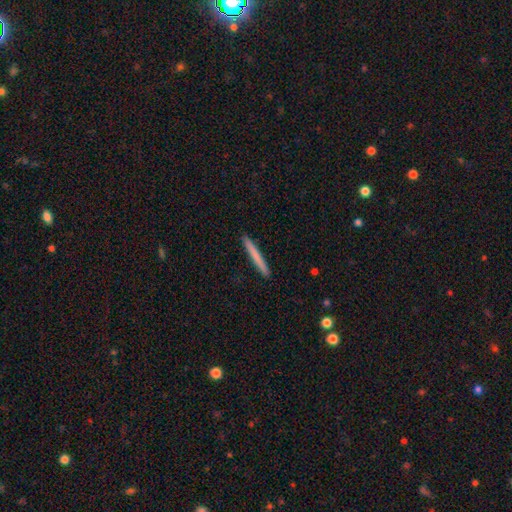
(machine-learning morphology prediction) smooth 73%, featured or disk 22%, star or artifact 5%. Down the decision tree: how rounded — cigar-shaped (97%); merging — none (93%).